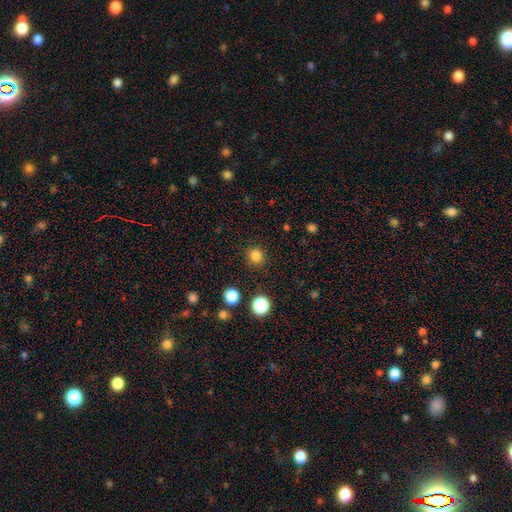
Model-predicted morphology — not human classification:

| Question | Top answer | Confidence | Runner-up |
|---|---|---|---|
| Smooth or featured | smooth | 82% | star or artifact (13%) |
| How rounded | round | 90% | in between (9%) |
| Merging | none | 90% | minor disturbance (7%) |